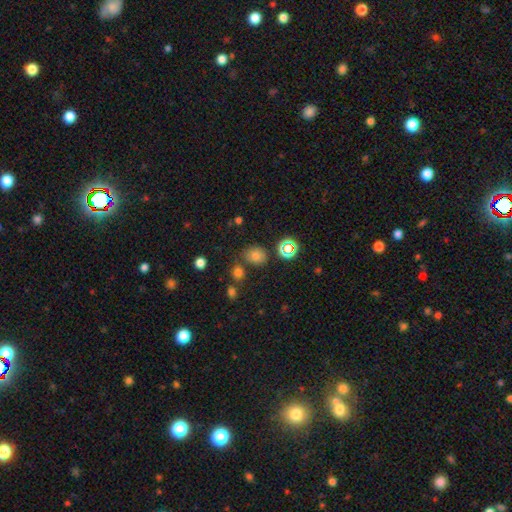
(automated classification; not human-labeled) smooth 70%, star or artifact 22%, featured or disk 9%. Down the decision tree: how rounded — round (59%); merging — none (70%).